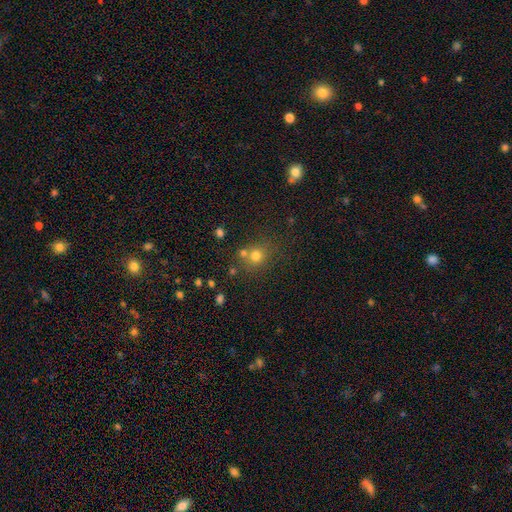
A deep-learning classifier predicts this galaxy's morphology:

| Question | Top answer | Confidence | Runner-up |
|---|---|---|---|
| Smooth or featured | smooth | 70% | star or artifact (20%) |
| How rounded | round | 82% | in between (17%) |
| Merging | none | 63% | merger (23%) |